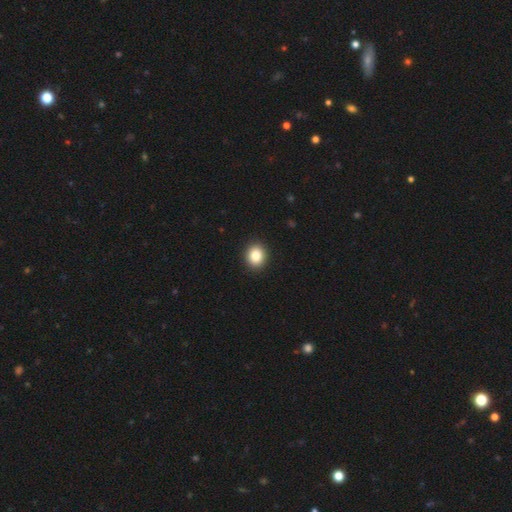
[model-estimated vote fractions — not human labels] smooth 85%, star or artifact 9%, featured or disk 6%. Down the decision tree: how rounded — round (71%); merging — none (92%).